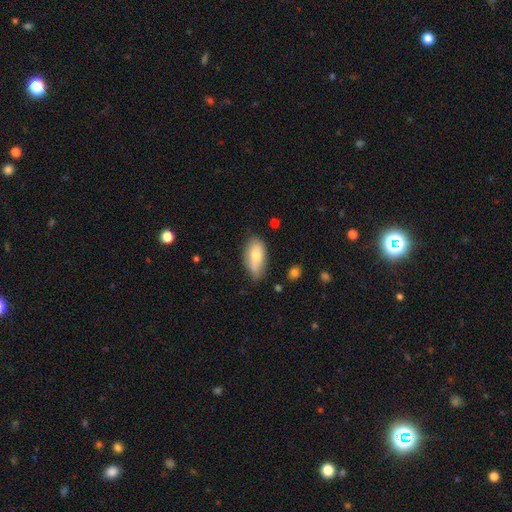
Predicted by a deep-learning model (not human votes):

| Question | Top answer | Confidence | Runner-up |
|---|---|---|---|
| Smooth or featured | smooth | 72% | featured or disk (21%) |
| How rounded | in between | 91% | cigar-shaped (6%) |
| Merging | none | 58% | minor disturbance (32%) |